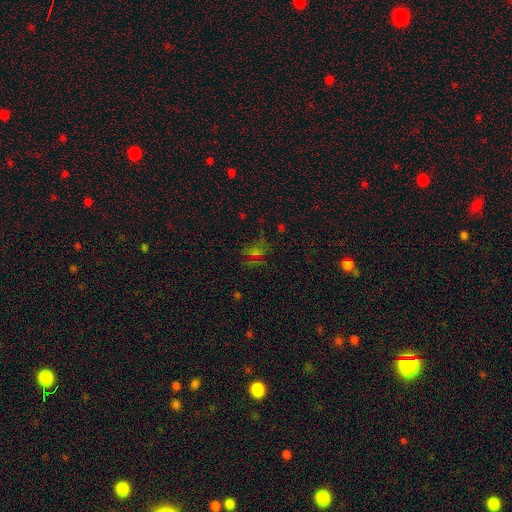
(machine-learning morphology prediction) This is possibly a star or artifact rather than a galaxy (45%).